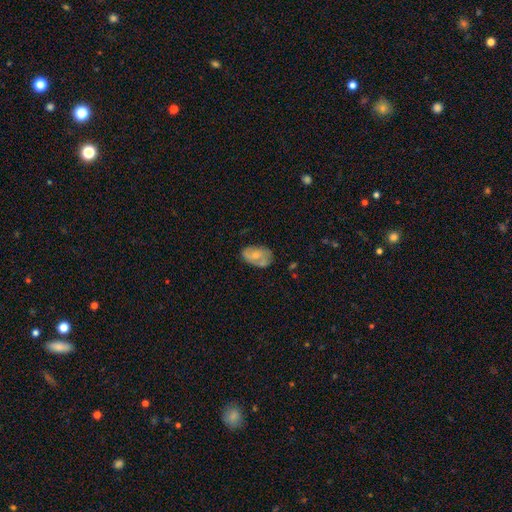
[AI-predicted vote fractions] Overall: smooth (57%; featured or disk 36%). How rounded: in between (86%). Merging: none (55%; minor disturbance 29%).